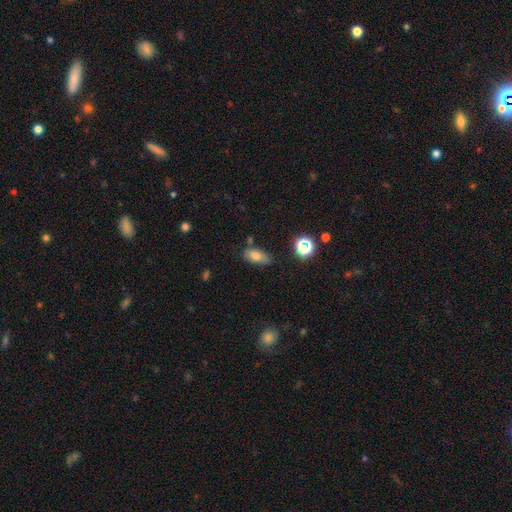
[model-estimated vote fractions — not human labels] This is likely a smooth galaxy (76%). How rounded: clearly in between (84%). Merging: likely none (73%).